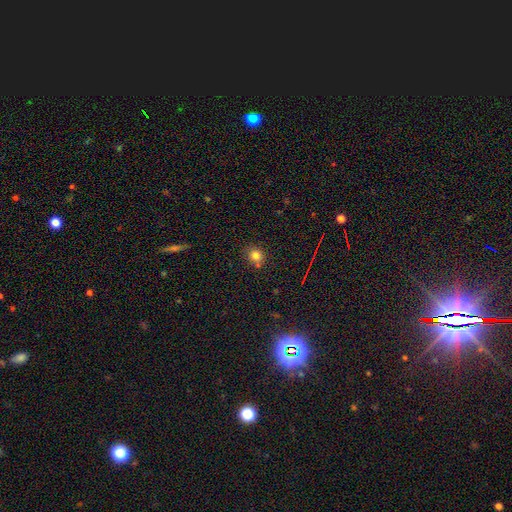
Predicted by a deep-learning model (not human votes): Smooth or featured?
  - smooth: 78% *
  - star or artifact: 14%
  - featured or disk: 7%
How rounded?
  - round: 75% *
  - in between: 24%
  - cigar-shaped: 1%
Merging?
  - none: 73% *
  - minor disturbance: 13%
  - merger: 10%
  - major disturbance: 3%